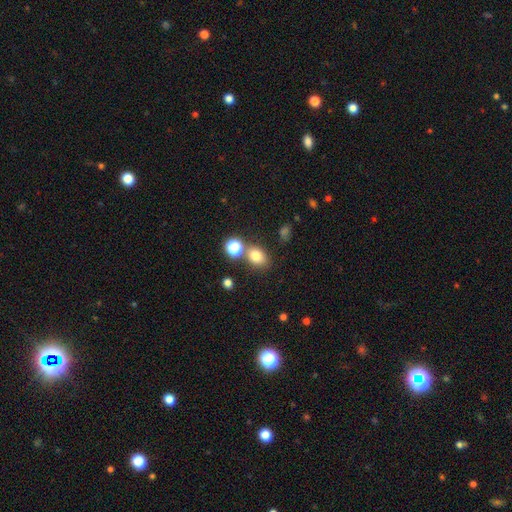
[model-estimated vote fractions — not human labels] Smooth or featured? smooth (77%)
How rounded? in between (52%)
Merging? none (64%)